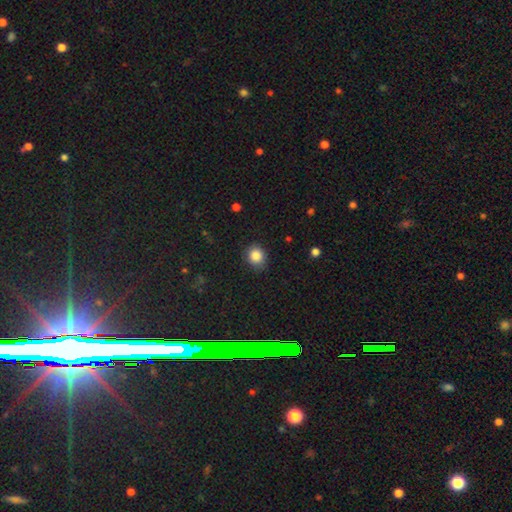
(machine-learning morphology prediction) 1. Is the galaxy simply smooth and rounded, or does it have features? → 86% smooth, 10% star or artifact, 4% featured or disk.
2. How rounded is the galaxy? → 74% round, 25% in between, 1% cigar-shaped.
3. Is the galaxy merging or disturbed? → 84% none, 12% minor disturbance, 3% major disturbance, 1% merger.